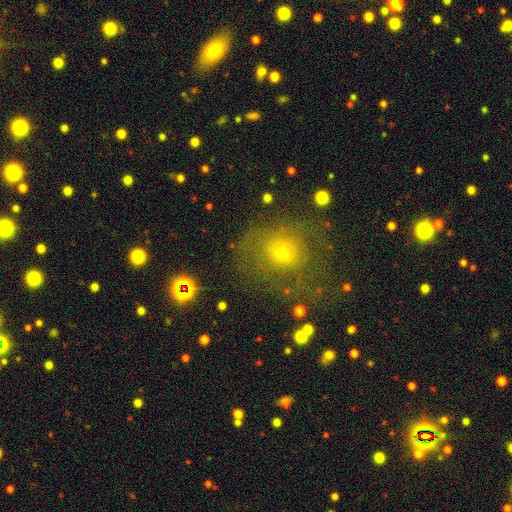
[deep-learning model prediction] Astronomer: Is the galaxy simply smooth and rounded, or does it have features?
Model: smooth — 43% (runner-up: star or artifact, 35%).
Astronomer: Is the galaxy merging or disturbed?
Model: none — 77%.